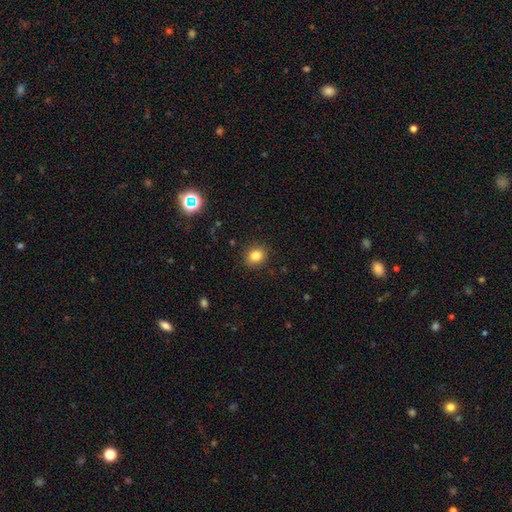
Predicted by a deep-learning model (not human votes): Overall: smooth (82%). How rounded: round (64%; in between 35%). Merging: none (89%).